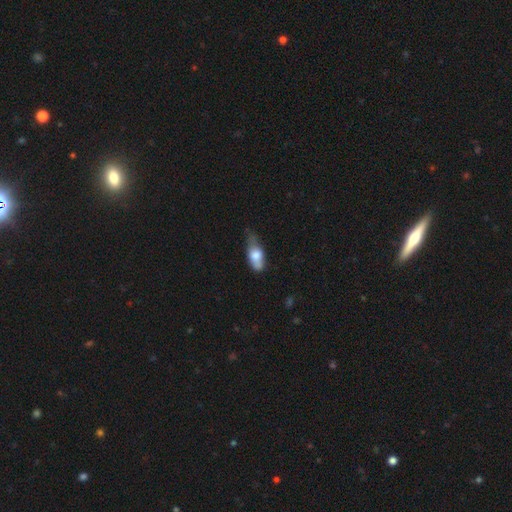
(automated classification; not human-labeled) smooth 71%, featured or disk 22%, star or artifact 7%. Down the decision tree: how rounded — in between (80%); merging — minor disturbance (45%).